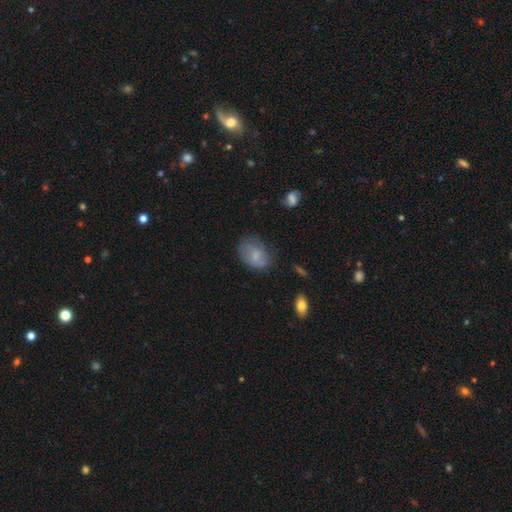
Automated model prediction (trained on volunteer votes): This appears to be a smooth galaxy with no disk features (63%) that is in between round and cigar-shaped (76%). Merging: none (56%).